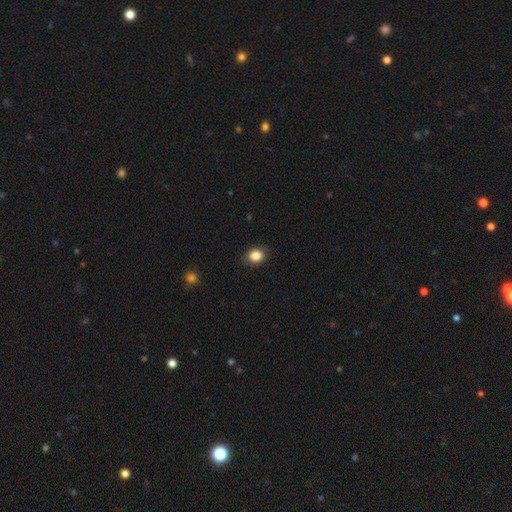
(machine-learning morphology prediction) smooth 85%, star or artifact 10%, featured or disk 5%. Down the decision tree: how rounded — round (58%); merging — none (88%).